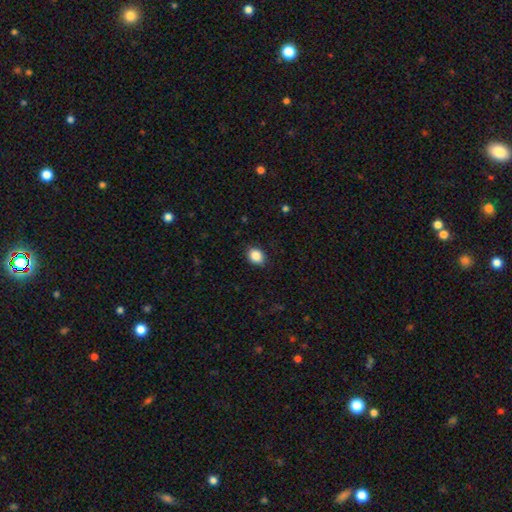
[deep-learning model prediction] The model was most divided on "how rounded": in between: 54%, round: 45%, cigar-shaped: 1%. More confident: smooth or featured — smooth (87%); merging — none (87%).